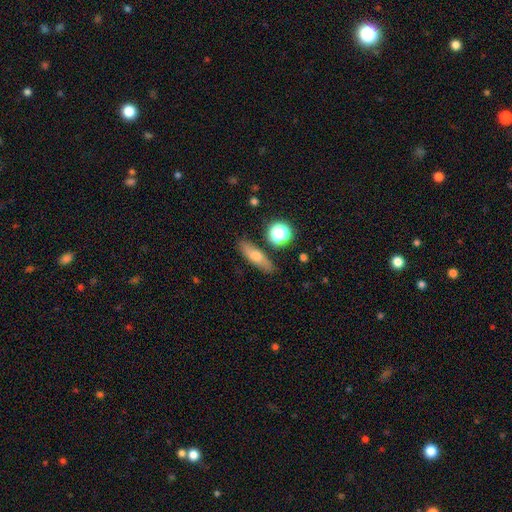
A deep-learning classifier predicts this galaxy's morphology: Smooth or featured: smooth — 55% (featured or disk — 32%)
How rounded: cigar-shaped — 53% (in between — 37%)
Merging: none — 84% (minor disturbance — 10%)